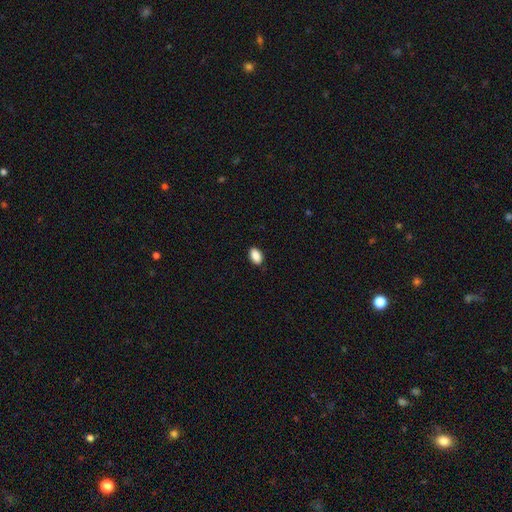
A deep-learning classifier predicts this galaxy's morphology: Smooth or featured: smooth — 89% (star or artifact — 7%)
How rounded: in between — 91% (round — 7%)
Merging: none — 86% (minor disturbance — 11%)